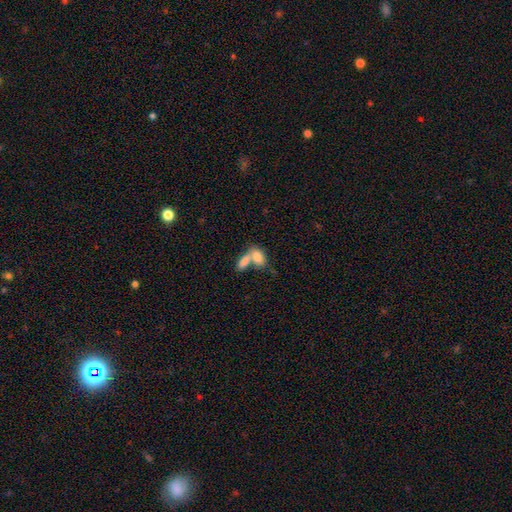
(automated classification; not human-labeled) This appears to be a smooth galaxy with no disk features (81%) that is in between round and cigar-shaped (90%). Merging: merger (66%).